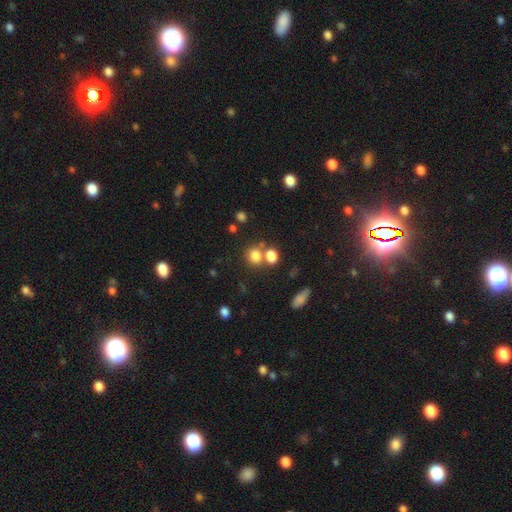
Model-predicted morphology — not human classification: This appears to be a smooth galaxy with no disk features (78%) that is round (67%). Merging: none (52%).